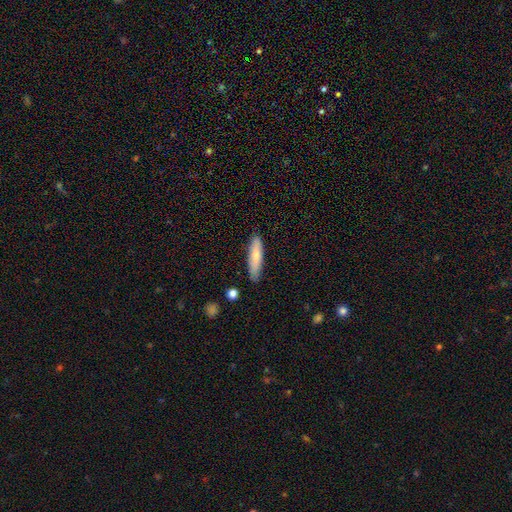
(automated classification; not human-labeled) smooth 74%, featured or disk 20%, star or artifact 6%. Down the decision tree: how rounded — cigar-shaped (71%); merging — none (83%).